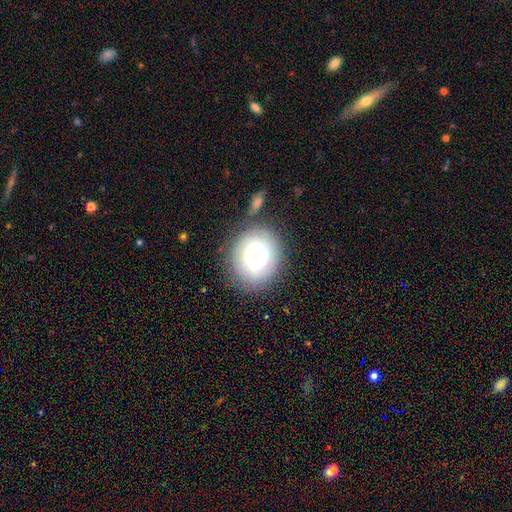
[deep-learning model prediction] smooth-or-featured: smooth: 62% | featured or disk: 28% | star or artifact: 9%
  how-rounded: round: 64% | in between: 35% | cigar-shaped: 1%
  merging: none: 69% | minor disturbance: 15% | merger: 9% | major disturbance: 7%